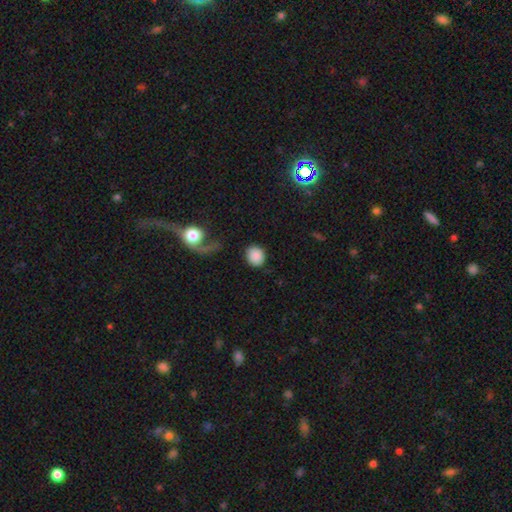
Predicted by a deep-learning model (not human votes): Smooth or featured? smooth (84%)
How rounded? round (81%)
Merging? none (81%)